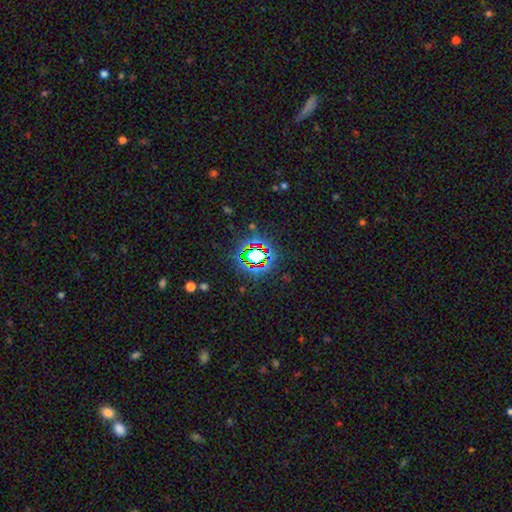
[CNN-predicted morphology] Smooth or featured? star or artifact (72%)